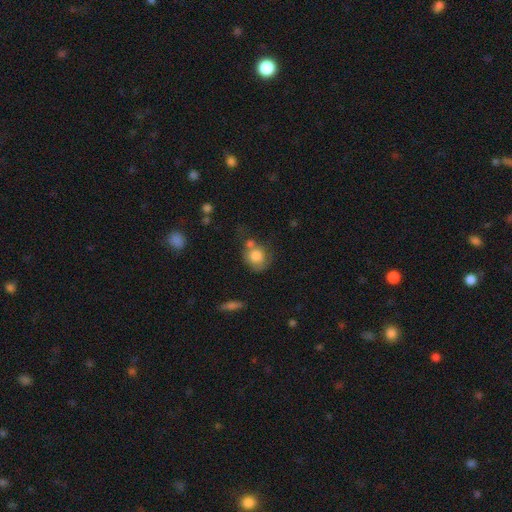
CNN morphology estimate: smooth 80%, featured or disk 12%, star or artifact 8%. Down the decision tree: how rounded — round (75%); merging — none (46%).